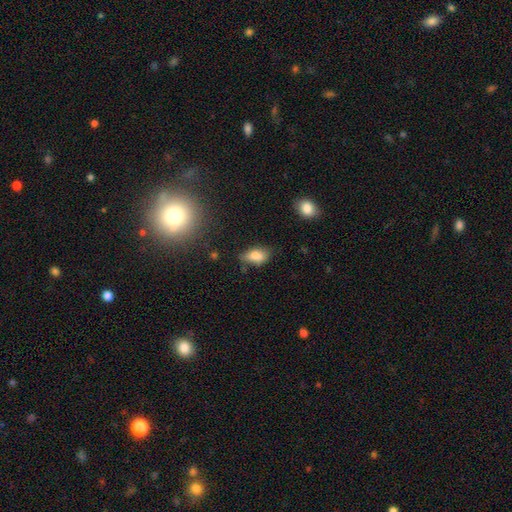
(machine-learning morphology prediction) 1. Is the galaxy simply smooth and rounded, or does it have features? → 75% smooth, 14% featured or disk, 11% star or artifact.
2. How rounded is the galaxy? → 86% in between, 8% round, 6% cigar-shaped.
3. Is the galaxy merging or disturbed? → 47% none, 31% minor disturbance, 11% merger, 11% major disturbance.